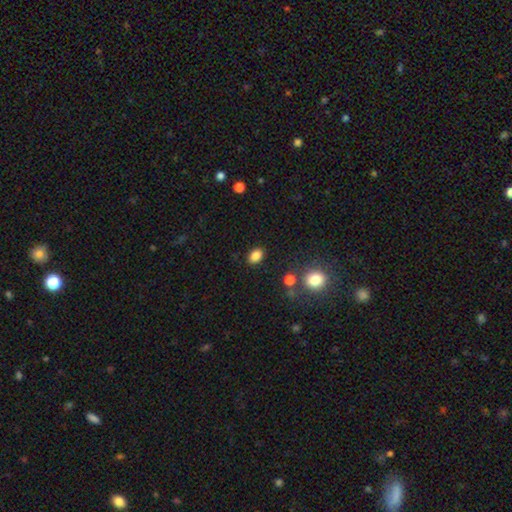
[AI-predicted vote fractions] The model was most divided on "how rounded": in between: 75%, round: 23%, cigar-shaped: 1%. More confident: merging — none (86%); smooth or featured — smooth (85%).